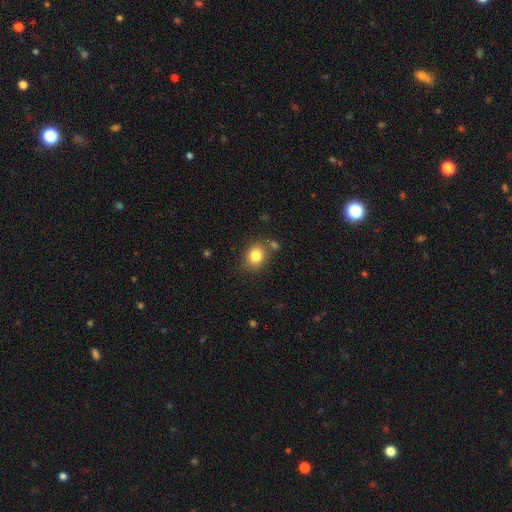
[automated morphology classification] This appears to be a smooth galaxy with no disk features (82%) that is round (55%). Merging: none (77%).